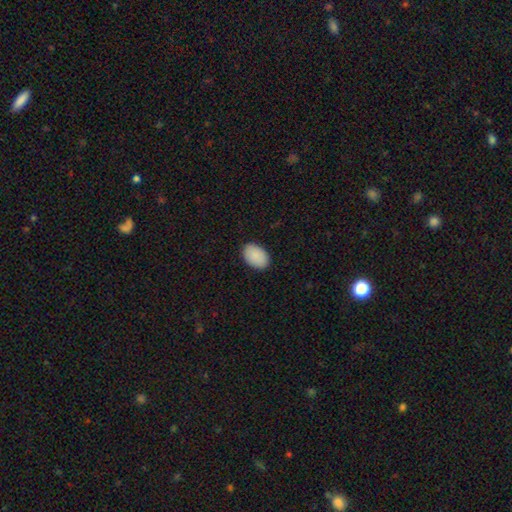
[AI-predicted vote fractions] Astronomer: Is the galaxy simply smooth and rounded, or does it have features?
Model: smooth — 91%.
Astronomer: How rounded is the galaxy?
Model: in between — 90%.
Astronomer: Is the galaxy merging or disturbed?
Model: none — 89%.